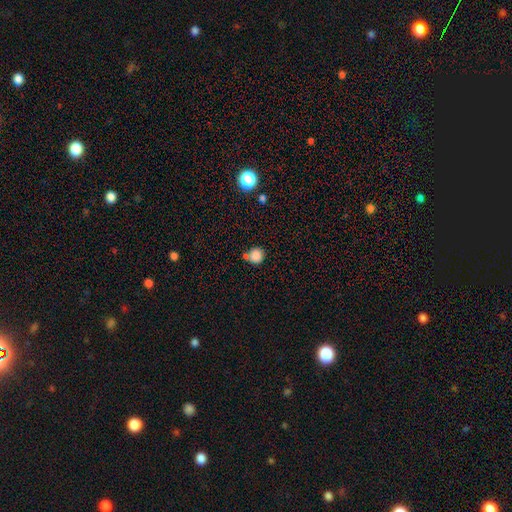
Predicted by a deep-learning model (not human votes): Q: Smooth or featured?
A: smooth (84%); runner-up: star or artifact (10%)
Q: How rounded?
A: round (91%); runner-up: in between (8%)
Q: Merging?
A: none (61%); runner-up: merger (21%)